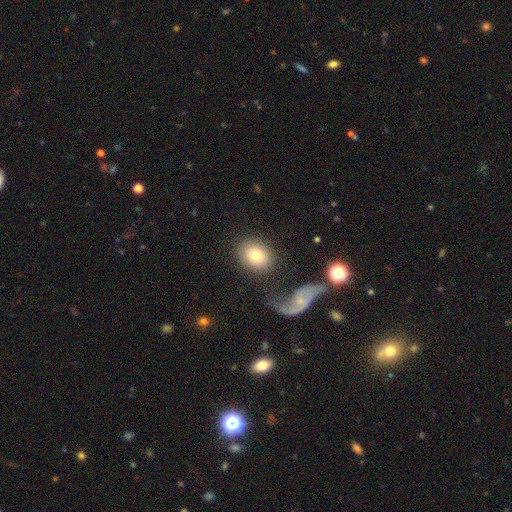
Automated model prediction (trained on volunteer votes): Smooth or featured? smooth (76%)
How rounded? round (55%)
Merging? none (74%)